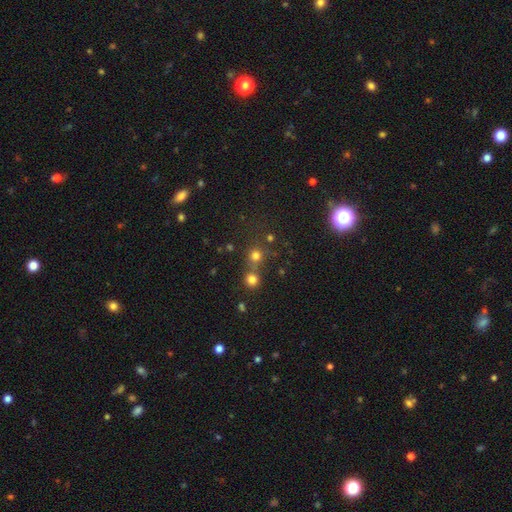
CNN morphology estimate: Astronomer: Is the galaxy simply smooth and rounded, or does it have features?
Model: smooth — 73%.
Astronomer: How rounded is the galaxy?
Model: round — 89%.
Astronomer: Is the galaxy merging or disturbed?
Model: none — 60%.